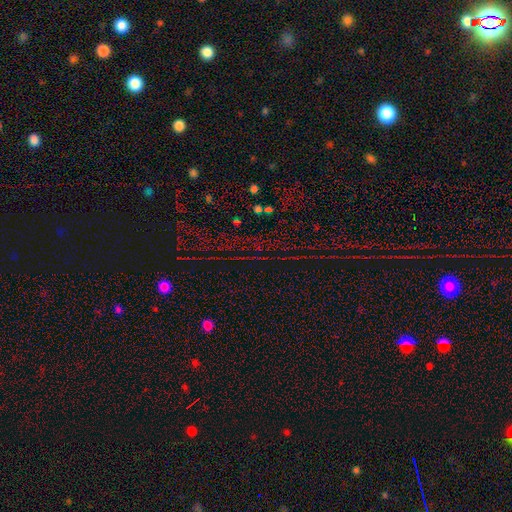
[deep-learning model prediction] This is likely a star or artifact rather than a galaxy (73%).